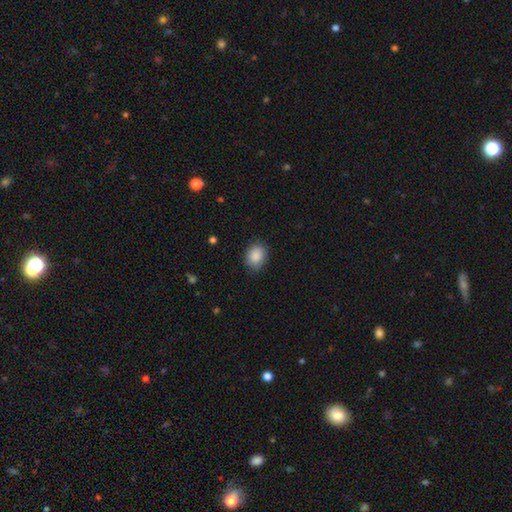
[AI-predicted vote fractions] Smooth or featured?
  - smooth: 88% *
  - star or artifact: 7%
  - featured or disk: 5%
How rounded?
  - in between: 59% *
  - round: 40%
  - cigar-shaped: 1%
Merging?
  - none: 81% *
  - minor disturbance: 15%
  - major disturbance: 3%
  - merger: 1%